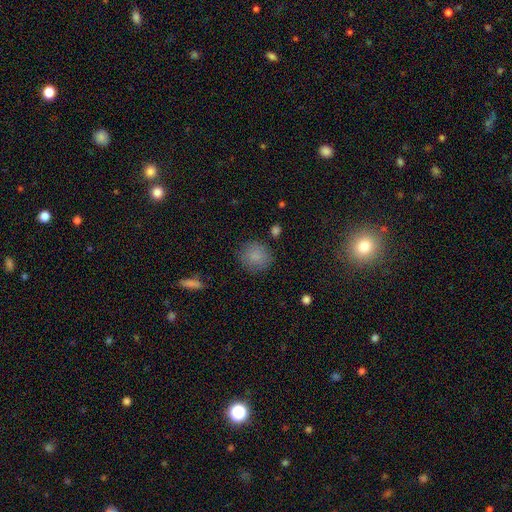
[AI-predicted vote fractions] This is clearly a smooth galaxy (84%). How rounded: clearly round (86%). Merging: clearly none (82%).